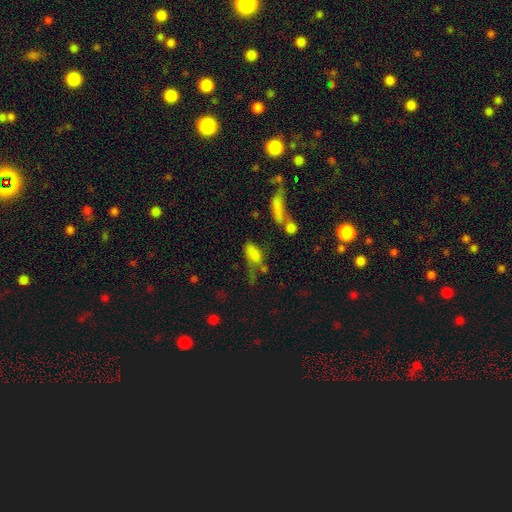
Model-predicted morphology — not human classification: Smooth or featured? smooth (72%)
How rounded? in between (78%)
Merging? major disturbance (27%, tied with none)